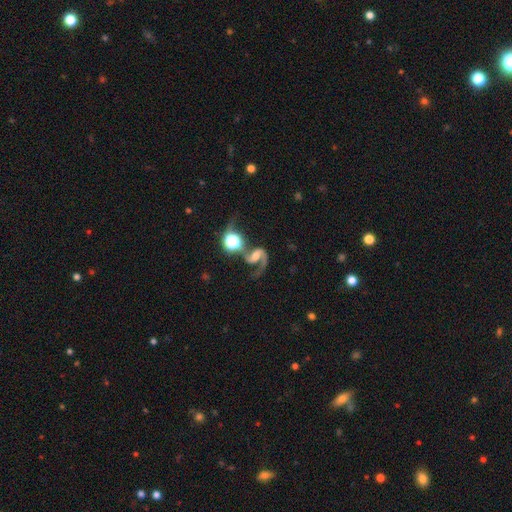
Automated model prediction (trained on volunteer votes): Smooth or featured?
  - featured or disk: 83% *
  - star or artifact: 8%
  - smooth: 8%
Edge-on disk?
  - no: 98% *
  - yes: 2%
Bar?
  - weak: 38% *
  - no: 36%
  - strong: 26%
Spiral arms?
  - yes: 96% *
  - no: 4%
Spiral winding?
  - loose: 50% *
  - medium: 41%
  - tight: 9%
Spiral arm count?
  - 2: 73% *
  - 1: 22%
  - can't tell: 2%
  - 3: 1%
  - 4: 1%
  - more than 4: 1%
Bulge size?
  - moderate: 50% *
  - small: 31%
  - large: 10%
  - none: 7%
  - dominant: 2%
Merging?
  - none: 40% *
  - merger: 26%
  - major disturbance: 21%
  - minor disturbance: 13%